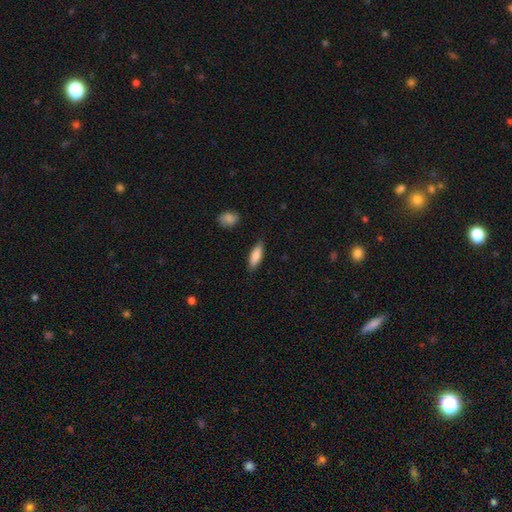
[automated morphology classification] type=smooth (84%); roundness=in between (57%); merging=none (83%).